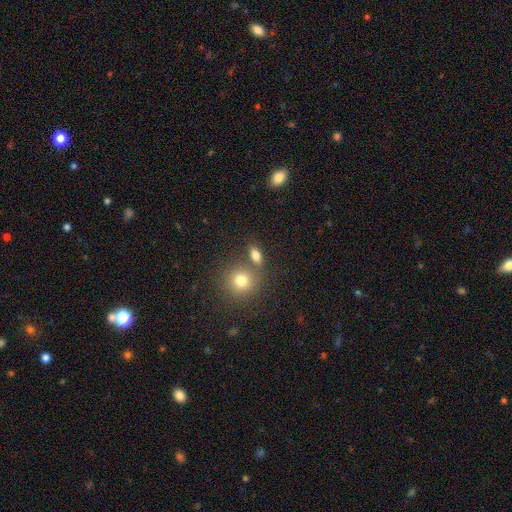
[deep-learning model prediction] This appears to be a smooth galaxy with no disk features (78%) that is in between round and cigar-shaped (69%). Merging: none (65%).